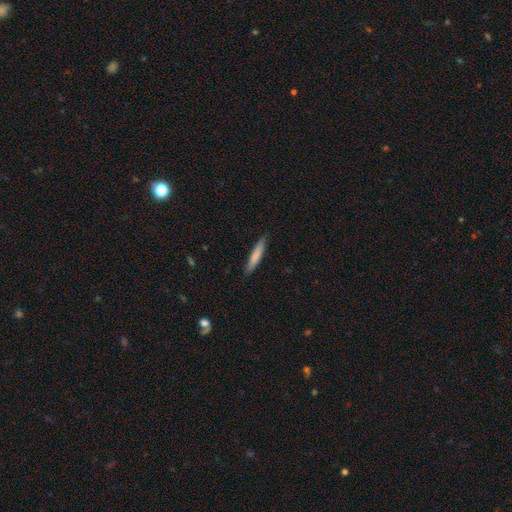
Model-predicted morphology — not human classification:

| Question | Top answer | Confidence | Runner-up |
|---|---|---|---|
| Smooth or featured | smooth | 76% | featured or disk (18%) |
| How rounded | cigar-shaped | 92% | in between (7%) |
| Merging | none | 88% | minor disturbance (10%) |